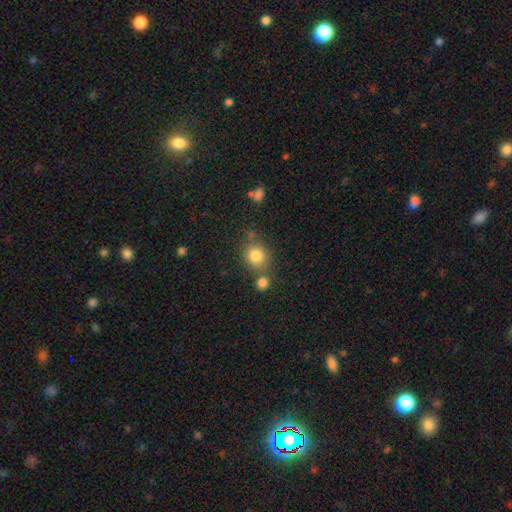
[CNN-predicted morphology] Smooth or featured?
  - smooth: 81% *
  - star or artifact: 11%
  - featured or disk: 8%
How rounded?
  - round: 78% *
  - in between: 21%
  - cigar-shaped: 1%
Merging?
  - none: 66% *
  - merger: 18%
  - minor disturbance: 12%
  - major disturbance: 4%